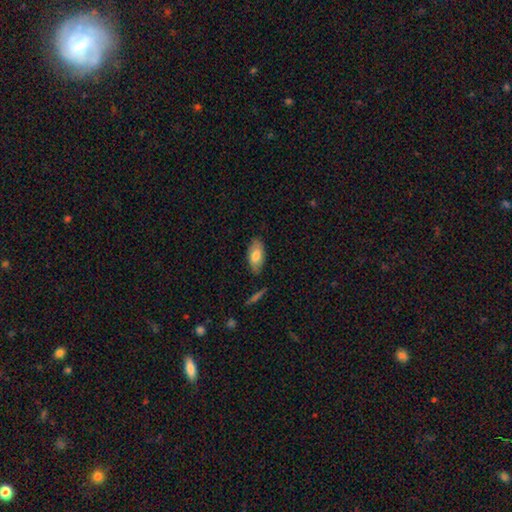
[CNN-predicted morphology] Overall: smooth (77%). How rounded: in between (90%). Merging: none (82%).